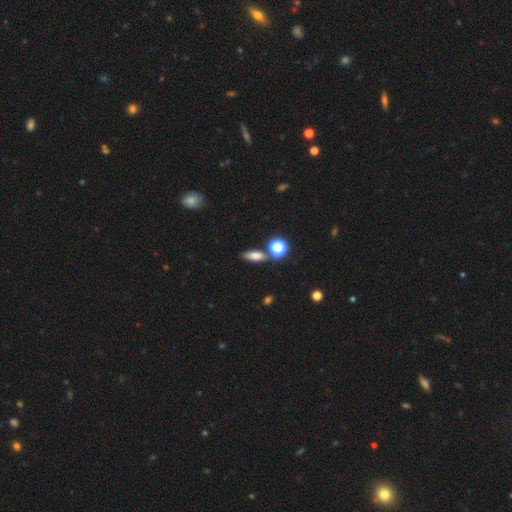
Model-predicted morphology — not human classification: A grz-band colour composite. It shows a smooth galaxy with no disk features (74%) that is in between round and cigar-shaped (62%). Merging: none (73%).